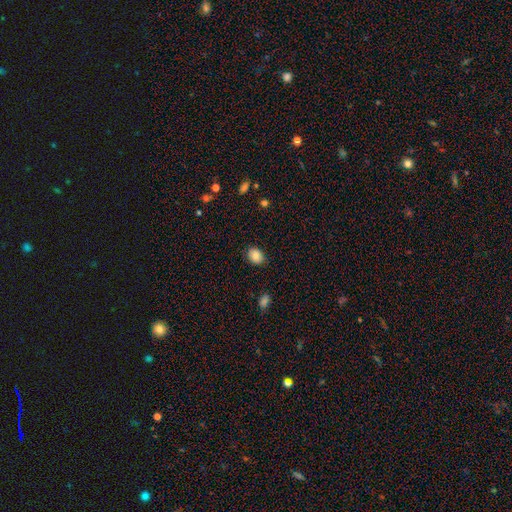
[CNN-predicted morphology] This appears to be a smooth galaxy with no disk features (84%) that is in between round and cigar-shaped (60%). Merging: none (86%).